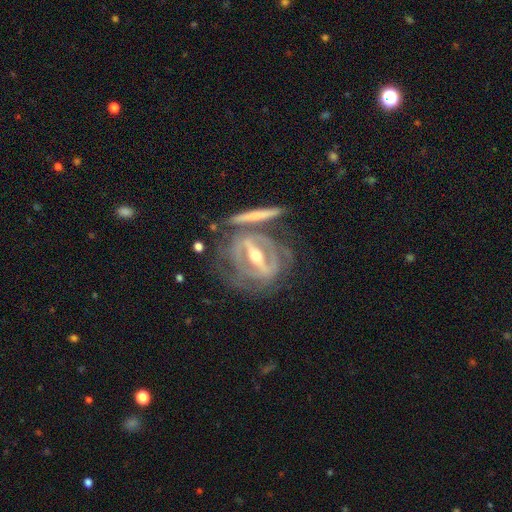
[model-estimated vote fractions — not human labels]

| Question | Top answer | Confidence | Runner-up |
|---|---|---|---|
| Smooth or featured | featured or disk | 83% | smooth (8%) |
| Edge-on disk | no | 82% | yes (18%) |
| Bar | strong | 61% | weak (25%) |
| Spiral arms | yes | 71% | no (29%) |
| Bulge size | moderate | 62% | small (31%) |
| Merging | none | 54% | merger (20%) |